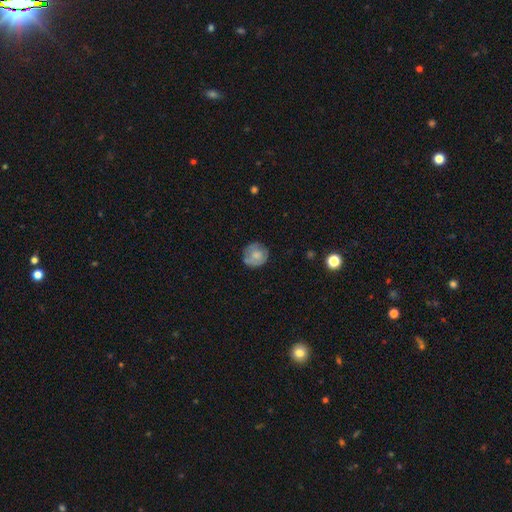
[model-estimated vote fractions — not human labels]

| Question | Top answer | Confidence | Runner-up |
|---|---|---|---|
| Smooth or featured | smooth | 64% | featured or disk (29%) |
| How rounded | round | 89% | in between (10%) |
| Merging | none | 72% | minor disturbance (20%) |